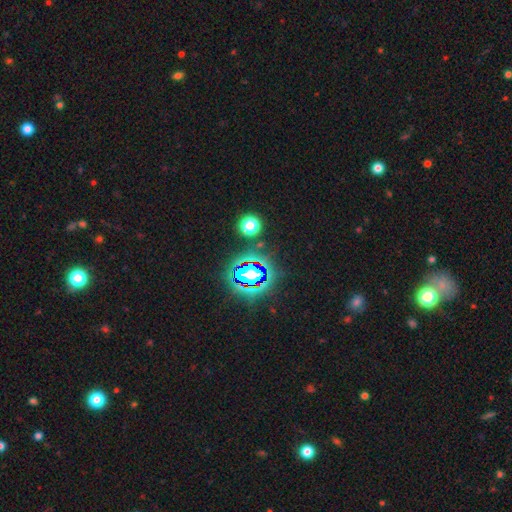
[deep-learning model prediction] Overall: star or artifact (80%).